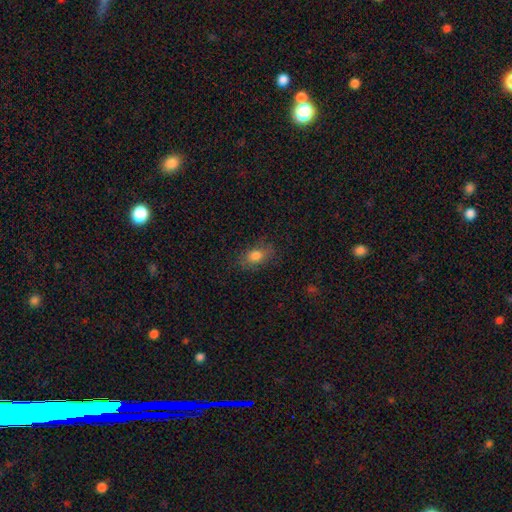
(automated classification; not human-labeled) smooth 78%, featured or disk 12%, star or artifact 10%. Down the decision tree: how rounded — in between (79%); merging — none (78%).